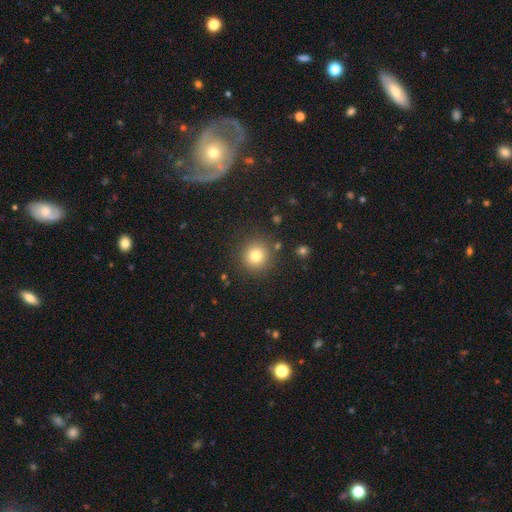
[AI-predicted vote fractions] This is likely a smooth galaxy (79%). How rounded: clearly round (94%). Merging: clearly none (88%).